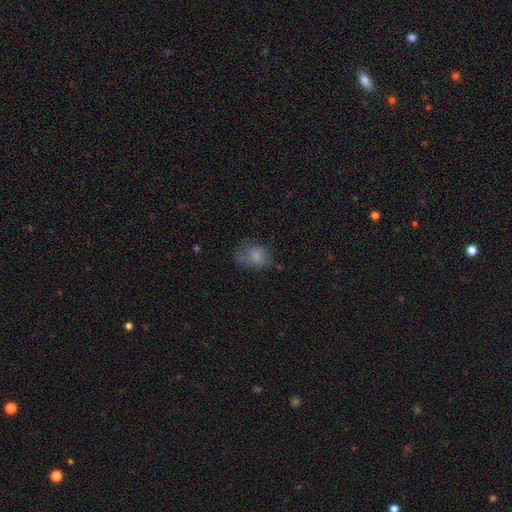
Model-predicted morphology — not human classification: type=smooth (75%); roundness=in between (51%); merging=none (49%).